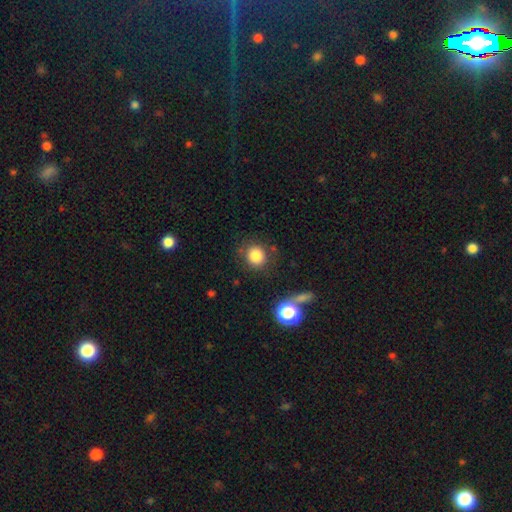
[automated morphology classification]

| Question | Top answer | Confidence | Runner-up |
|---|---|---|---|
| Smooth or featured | smooth | 83% | star or artifact (11%) |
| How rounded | round | 85% | in between (14%) |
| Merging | none | 80% | minor disturbance (11%) |